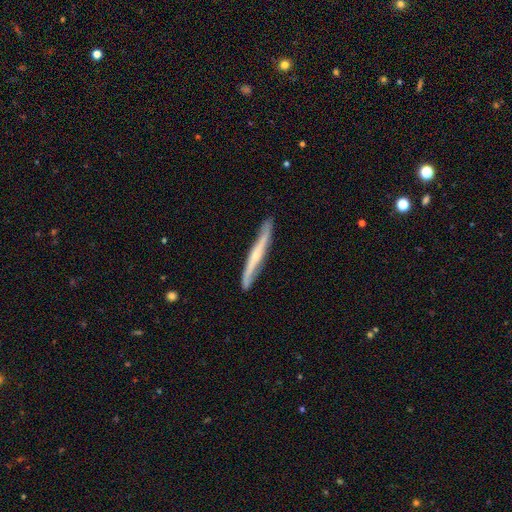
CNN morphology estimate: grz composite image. It shows a featured or disk galaxy (67%) viewed edge-on (83%) with a rounded central bulge (49%). Merging: none (82%).